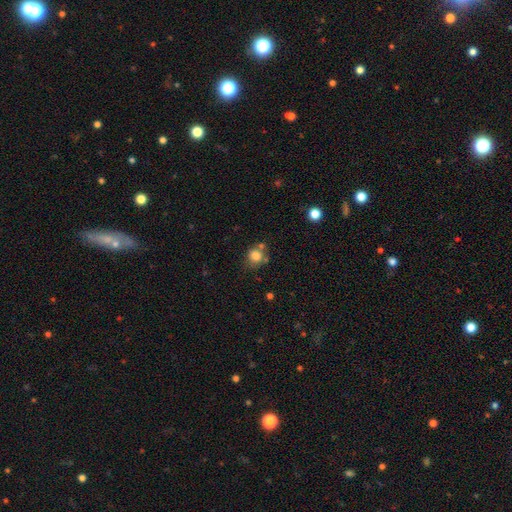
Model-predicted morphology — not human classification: Smooth or featured? Predicted: smooth (p=0.81). How rounded? Predicted: round (p=0.74). Merging? Predicted: none (p=0.58).